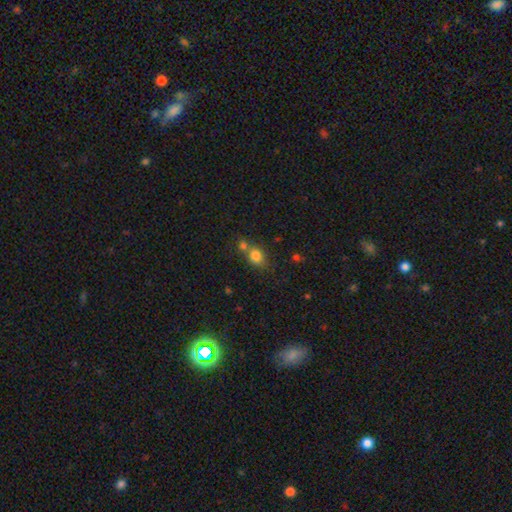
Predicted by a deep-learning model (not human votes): Smooth or featured?
  - smooth: 80% *
  - star or artifact: 11%
  - featured or disk: 8%
How rounded?
  - round: 56% *
  - in between: 43%
  - cigar-shaped: 1%
Merging?
  - none: 47% *
  - merger: 37%
  - minor disturbance: 11%
  - major disturbance: 4%